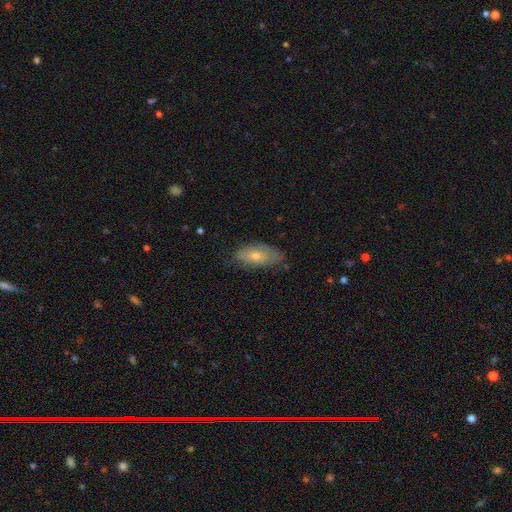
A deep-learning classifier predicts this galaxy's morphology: A smooth galaxy with no disk features (63%) that is in between round and cigar-shaped (85%). Merging: none (61%).